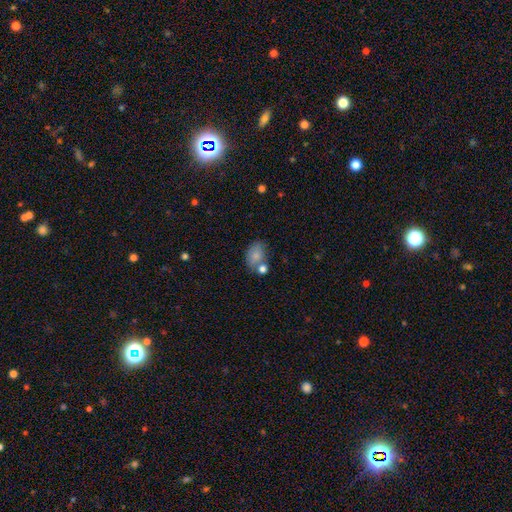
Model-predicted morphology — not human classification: This appears to be a smooth galaxy with no disk features (79%) that is in between round and cigar-shaped (81%). Merging: none (53%).